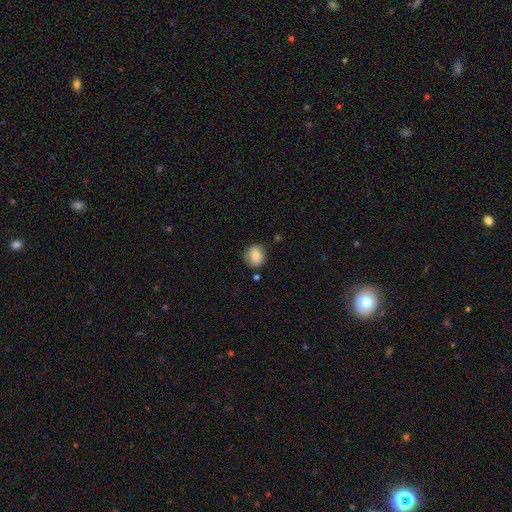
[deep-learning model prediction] Smooth or featured: smooth — 82% (featured or disk — 10%)
How rounded: round — 73% (in between — 26%)
Merging: none — 75% (minor disturbance — 18%)